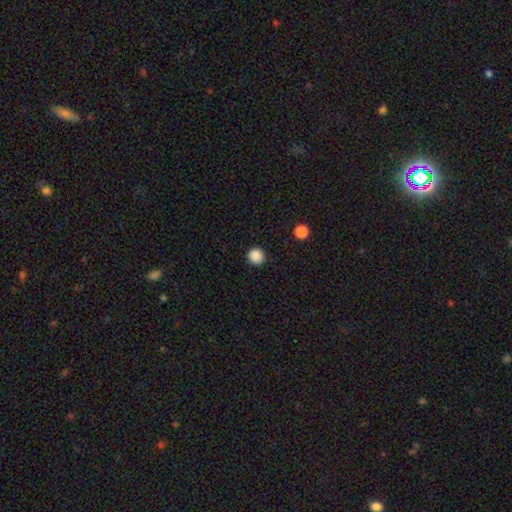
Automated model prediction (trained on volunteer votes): smooth_or_featured: smooth (p=0.88) [alt: star or artifact p=0.10]
how_rounded: round (p=0.93) [alt: in between p=0.06]
merging: none (p=0.91) [alt: minor disturbance p=0.06]